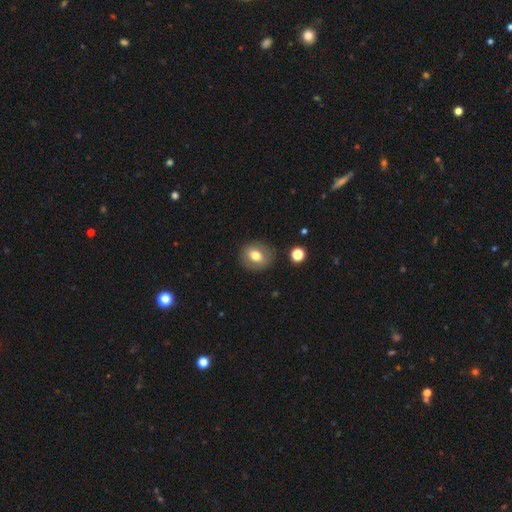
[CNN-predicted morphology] Q: Smooth or featured?
A: smooth (68%); runner-up: featured or disk (23%)
Q: How rounded?
A: round (62%); runner-up: in between (37%)
Q: Merging?
A: none (85%); runner-up: minor disturbance (10%)